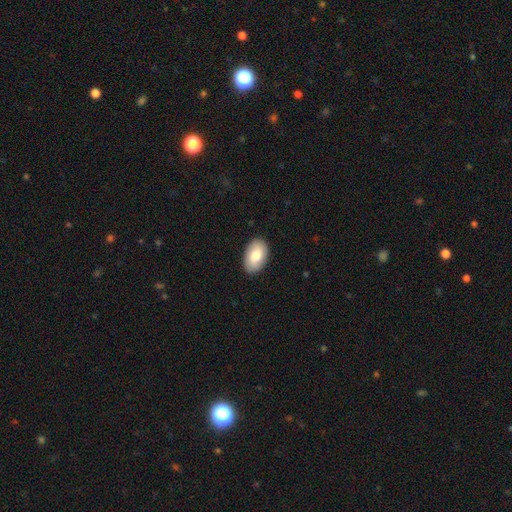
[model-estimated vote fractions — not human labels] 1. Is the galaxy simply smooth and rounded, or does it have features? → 79% smooth, 15% featured or disk, 6% star or artifact.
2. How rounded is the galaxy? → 92% in between, 7% round, 1% cigar-shaped.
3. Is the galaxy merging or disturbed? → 88% none, 9% minor disturbance, 2% major disturbance, 1% merger.